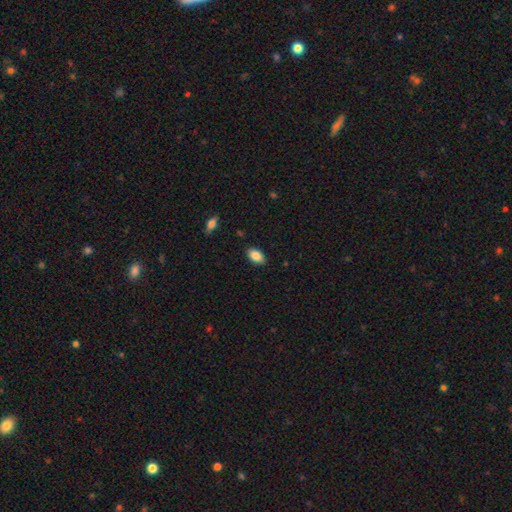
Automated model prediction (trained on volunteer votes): Q: Smooth or featured?
A: smooth (87%); runner-up: star or artifact (7%)
Q: How rounded?
A: in between (93%); runner-up: round (5%)
Q: Merging?
A: none (87%); runner-up: minor disturbance (10%)